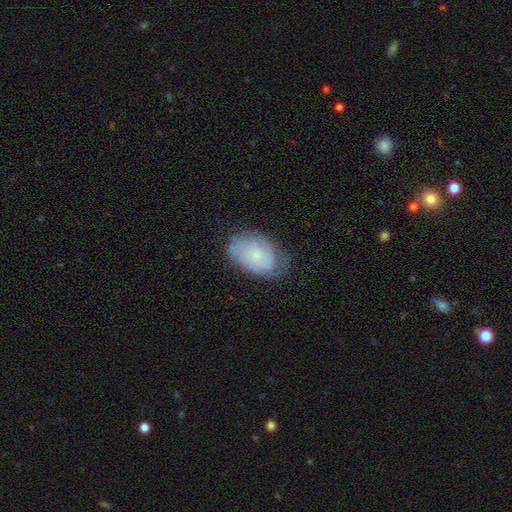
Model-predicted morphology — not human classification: The model was most divided on "smooth or featured": featured or disk: 50%, smooth: 42%, star or artifact: 8%. More confident: merging — none (60%).